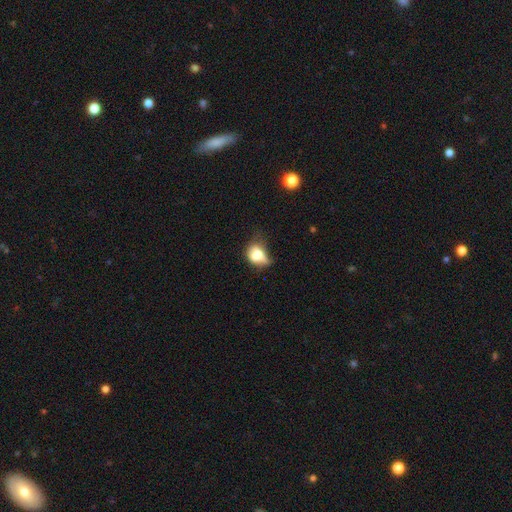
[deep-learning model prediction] A smooth galaxy with no disk features (63%) that is in between round and cigar-shaped (67%). Merging: minor disturbance (32%).